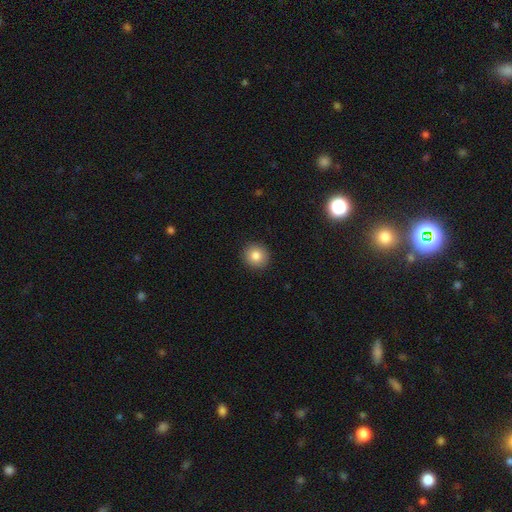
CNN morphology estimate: smooth 83%, star or artifact 10%, featured or disk 7%. Down the decision tree: how rounded — round (91%); merging — none (92%).